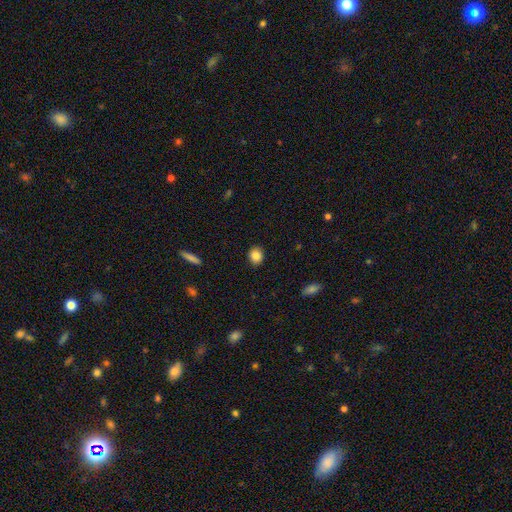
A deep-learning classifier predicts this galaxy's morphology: The model was most divided on "how rounded": round: 70%, in between: 29%, cigar-shaped: 1%. More confident: merging — none (90%); smooth or featured — smooth (86%).